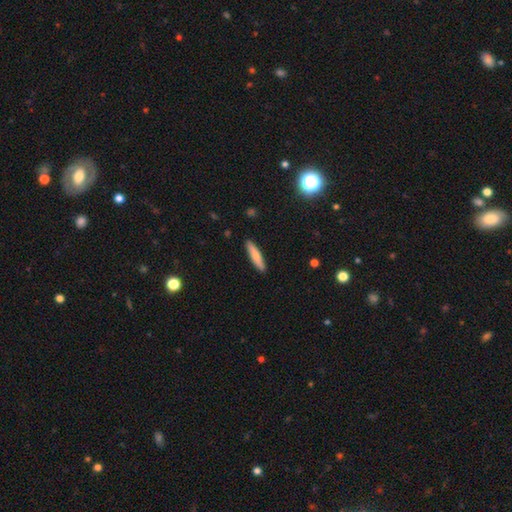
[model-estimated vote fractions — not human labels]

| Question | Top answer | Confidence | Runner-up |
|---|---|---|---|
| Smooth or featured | smooth | 75% | featured or disk (19%) |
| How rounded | cigar-shaped | 85% | in between (13%) |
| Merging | none | 91% | minor disturbance (7%) |